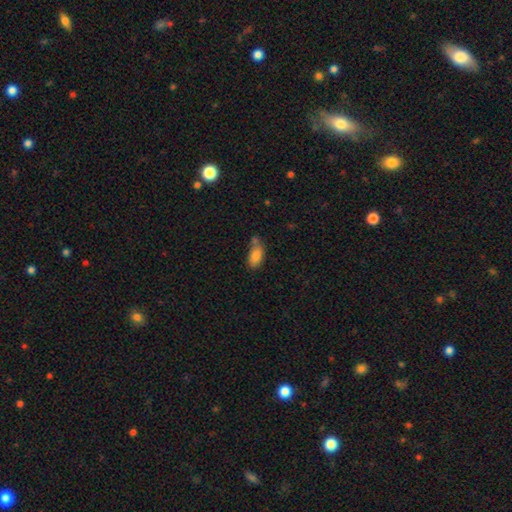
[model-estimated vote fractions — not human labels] Smooth or featured? smooth (83%)
How rounded? in between (90%)
Merging? none (50%)